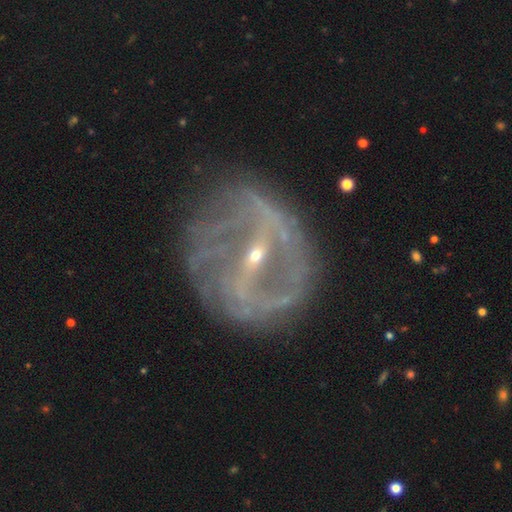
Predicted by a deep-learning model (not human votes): Q: Smooth or featured?
A: featured or disk (84%); runner-up: star or artifact (8%)
Q: Edge-on disk?
A: no (95%); runner-up: yes (5%)
Q: Bar?
A: strong (51%); runner-up: weak (32%)
Q: Spiral arms?
A: yes (82%); runner-up: no (18%)
Q: Spiral winding?
A: medium (39%); tied with: tight (39%)
Q: Spiral arm count?
A: 2 (37%); runner-up: can't tell (30%)
Q: Bulge size?
A: small (79%); runner-up: moderate (16%)
Q: Merging?
A: none (62%); runner-up: minor disturbance (20%)